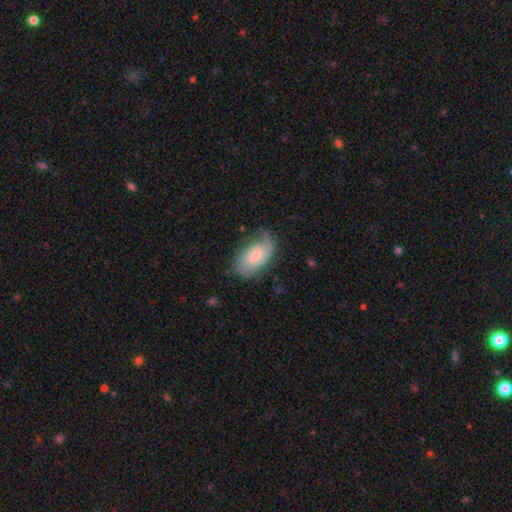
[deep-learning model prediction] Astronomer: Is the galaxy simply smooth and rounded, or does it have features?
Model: featured or disk — 57% (runner-up: smooth, 37%).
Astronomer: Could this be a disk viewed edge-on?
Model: no — 96%.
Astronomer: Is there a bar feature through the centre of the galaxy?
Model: no — 52% (runner-up: weak, 40%).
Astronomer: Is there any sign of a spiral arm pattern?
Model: yes — 86%.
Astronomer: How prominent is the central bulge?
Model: small — 53% (runner-up: moderate, 36%).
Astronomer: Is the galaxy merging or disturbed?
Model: none — 59%.